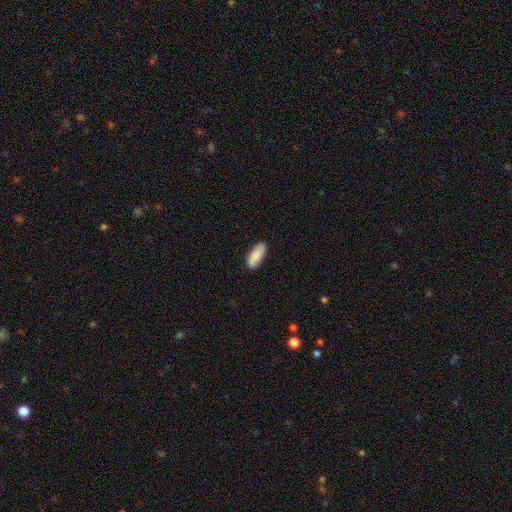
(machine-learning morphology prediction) smooth-or-featured: smooth: 85% | featured or disk: 9% | star or artifact: 6%
  how-rounded: in between: 81% | cigar-shaped: 17% | round: 2%
  merging: none: 87% | minor disturbance: 10% | major disturbance: 2% | merger: 1%